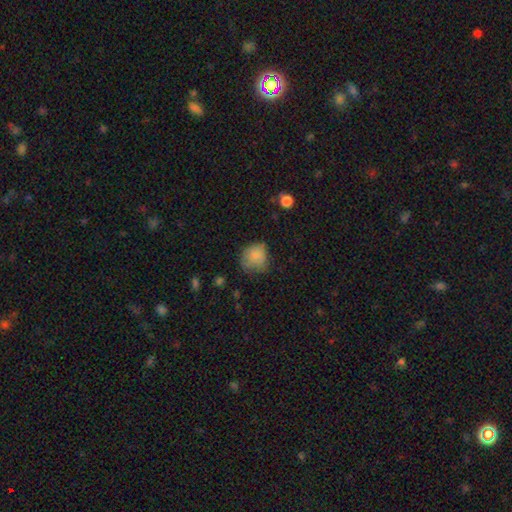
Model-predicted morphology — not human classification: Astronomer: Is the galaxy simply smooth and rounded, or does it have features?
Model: smooth — 80%.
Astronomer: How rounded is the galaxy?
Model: round — 73%.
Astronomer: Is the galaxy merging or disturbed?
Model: none — 53% (runner-up: minor disturbance, 33%).